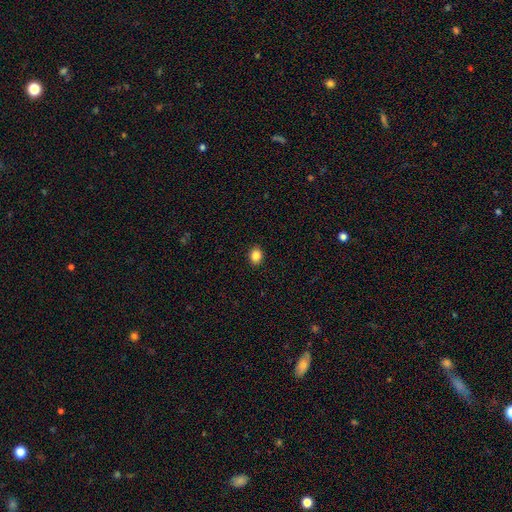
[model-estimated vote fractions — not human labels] This appears to be a smooth galaxy with no disk features (87%) that is in between round and cigar-shaped (58%). Merging: none (91%).